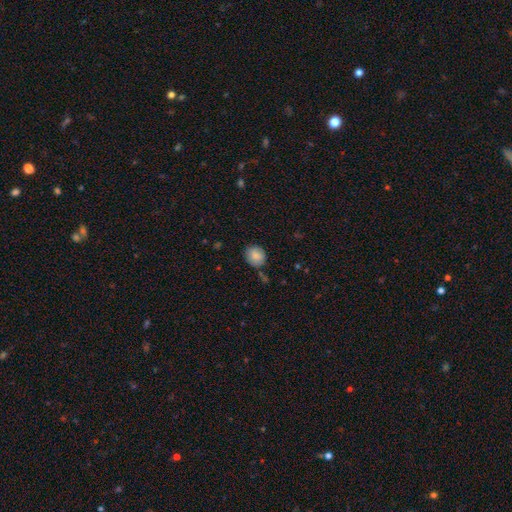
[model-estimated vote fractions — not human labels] smooth-or-featured: smooth: 85% | star or artifact: 8% | featured or disk: 7%
  how-rounded: round: 80% | in between: 19% | cigar-shaped: 1%
  merging: none: 78% | minor disturbance: 15% | merger: 4% | major disturbance: 3%